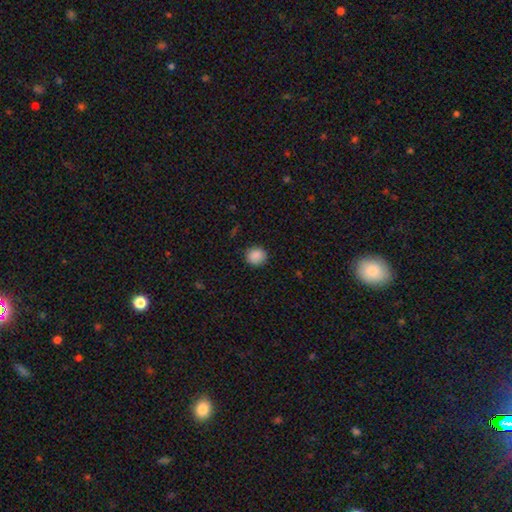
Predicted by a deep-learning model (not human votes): Smooth or featured?
  - smooth: 89% *
  - star or artifact: 9%
  - featured or disk: 2%
How rounded?
  - round: 86% *
  - in between: 13%
  - cigar-shaped: 1%
Merging?
  - none: 90% *
  - minor disturbance: 7%
  - major disturbance: 2%
  - merger: 1%